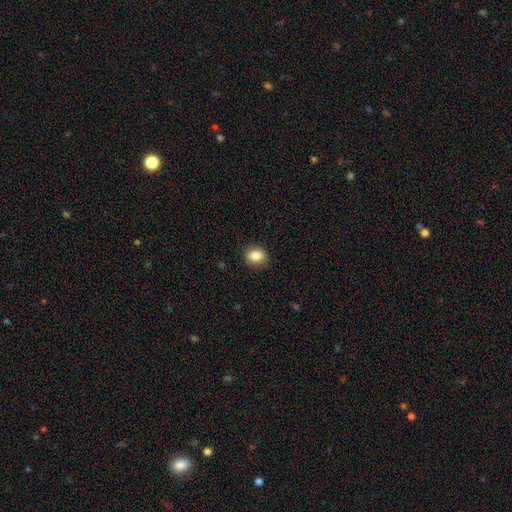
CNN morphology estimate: Q: Smooth or featured?
A: smooth (85%); runner-up: star or artifact (9%)
Q: How rounded?
A: round (57%); runner-up: in between (41%)
Q: Merging?
A: none (88%); runner-up: minor disturbance (9%)